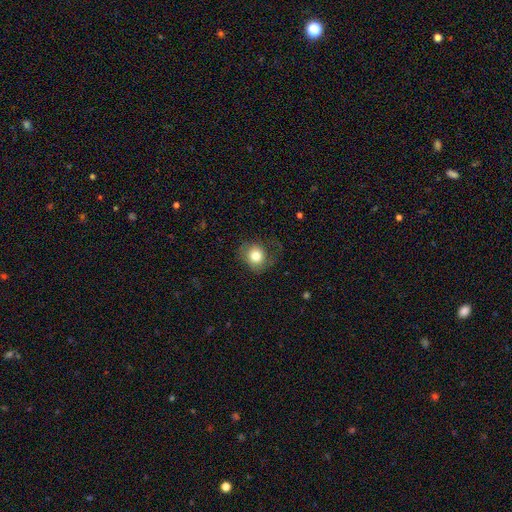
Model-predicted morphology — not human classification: A smooth galaxy with no disk features (78%) that is round (75%).

Vote fractions:
- Smooth or featured? smooth: 78% / featured or disk: 14% / star or artifact: 9%
- How rounded? round: 75% / in between: 25% / cigar-shaped: 1%
- Merging? none: 60% / minor disturbance: 22% / major disturbance: 17% / merger: 1%